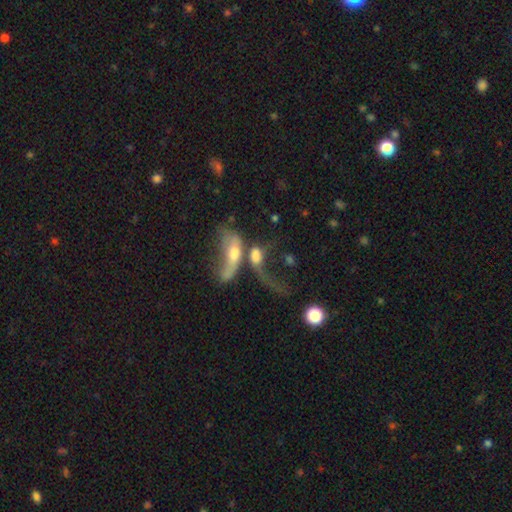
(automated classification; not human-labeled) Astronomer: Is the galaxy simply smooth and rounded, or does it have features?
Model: featured or disk — 46% (runner-up: smooth, 43%).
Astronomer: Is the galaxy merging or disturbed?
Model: merger — 65%.